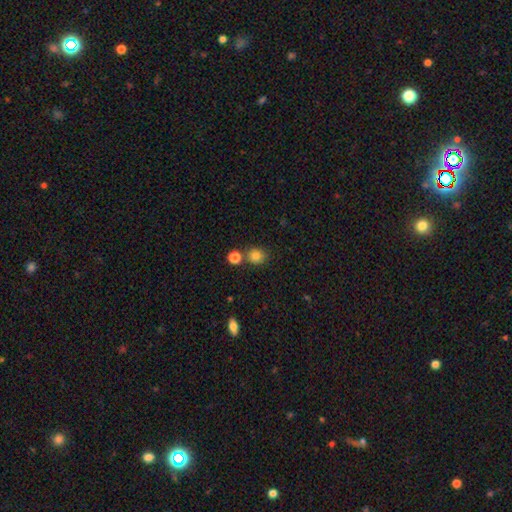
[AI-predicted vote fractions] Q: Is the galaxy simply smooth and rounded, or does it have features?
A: smooth — 81%.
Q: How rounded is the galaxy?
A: round — 80%.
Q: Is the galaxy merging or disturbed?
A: none — 74%.